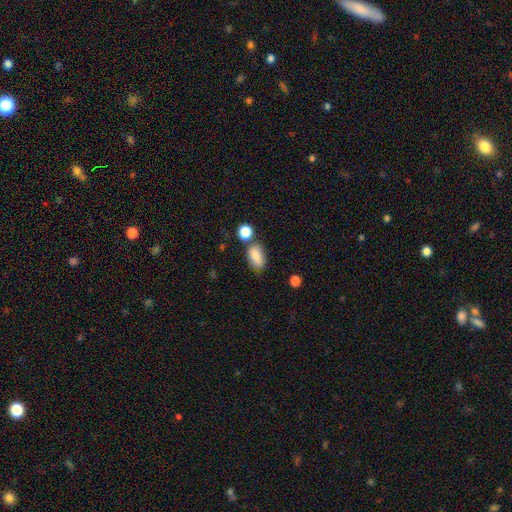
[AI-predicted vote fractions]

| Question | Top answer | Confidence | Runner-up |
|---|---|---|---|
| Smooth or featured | smooth | 84% | star or artifact (8%) |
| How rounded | in between | 88% | round (9%) |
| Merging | none | 62% | minor disturbance (18%) |